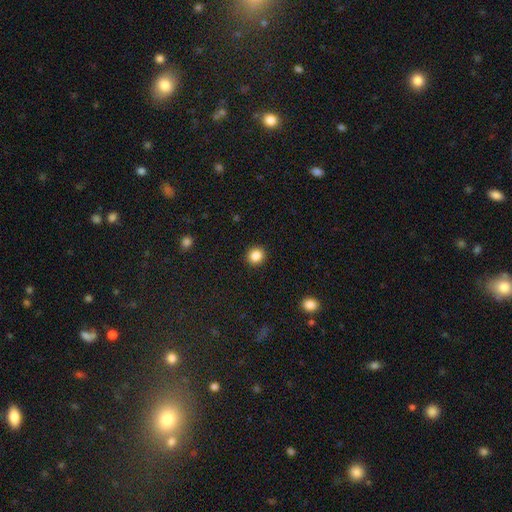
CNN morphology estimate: The model was most divided on "smooth or featured": smooth: 86%, star or artifact: 10%, featured or disk: 4%. More confident: merging — none (92%); how rounded — round (88%).